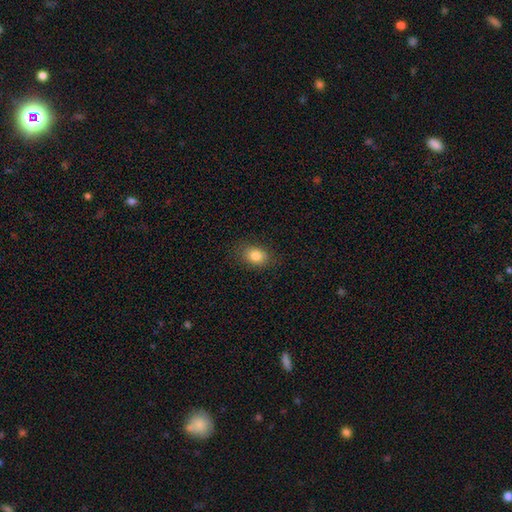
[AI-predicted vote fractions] smooth_or_featured: smooth (p=0.83) [alt: star or artifact p=0.09]
how_rounded: in between (p=0.74) [alt: round p=0.25]
merging: none (p=0.86) [alt: minor disturbance p=0.10]